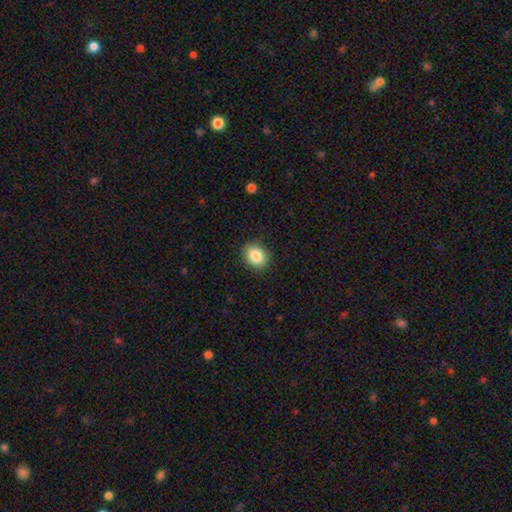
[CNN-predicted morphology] smooth_or_featured: smooth (p=0.86) [alt: star or artifact p=0.08]
how_rounded: in between (p=0.59) [alt: round p=0.40]
merging: none (p=0.89) [alt: minor disturbance p=0.08]